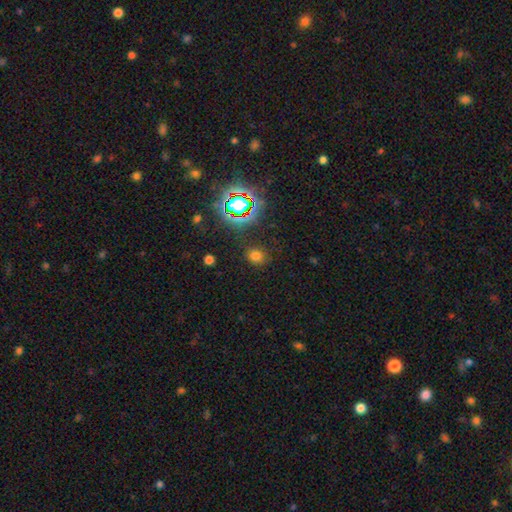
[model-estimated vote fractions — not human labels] A smooth galaxy with no disk features (65%) that is round (73%).

Vote fractions:
- Smooth or featured? smooth: 65% / star or artifact: 29% / featured or disk: 6%
- How rounded? round: 73% / in between: 26% / cigar-shaped: 1%
- Merging? none: 83% / minor disturbance: 11% / major disturbance: 4% / merger: 2%